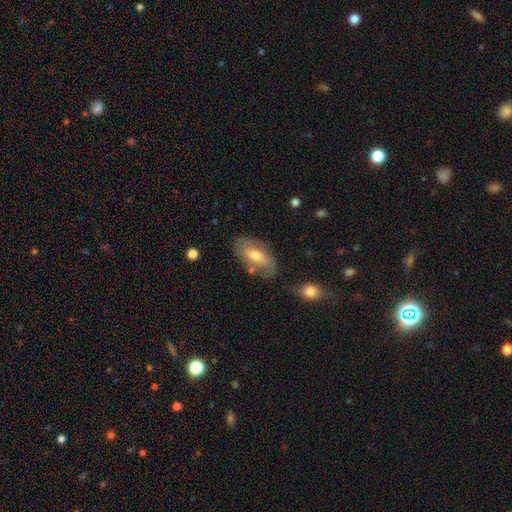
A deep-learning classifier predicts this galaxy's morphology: Smooth or featured?
  - smooth: 49% *
  - featured or disk: 45%
  - star or artifact: 7%
Merging?
  - none: 67% *
  - minor disturbance: 20%
  - major disturbance: 7%
  - merger: 6%